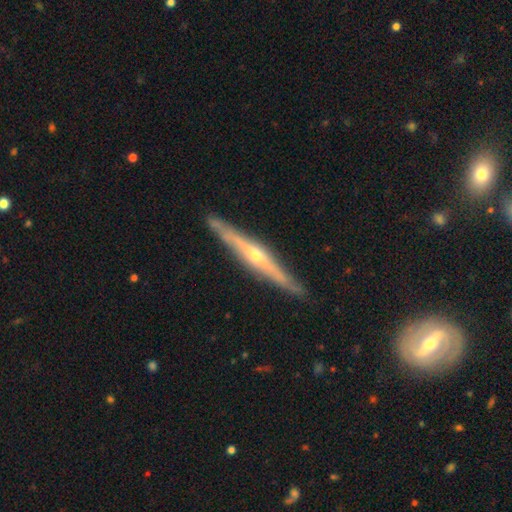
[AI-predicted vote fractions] smooth-or-featured: featured or disk: 81% | smooth: 14% | star or artifact: 5%
  disk-edge-on: yes: 97% | no: 3%
    edge-on-bulge: rounded: 80% | none: 15% | boxy: 5%
  merging: none: 88% | minor disturbance: 9% | major disturbance: 2% | merger: 1%